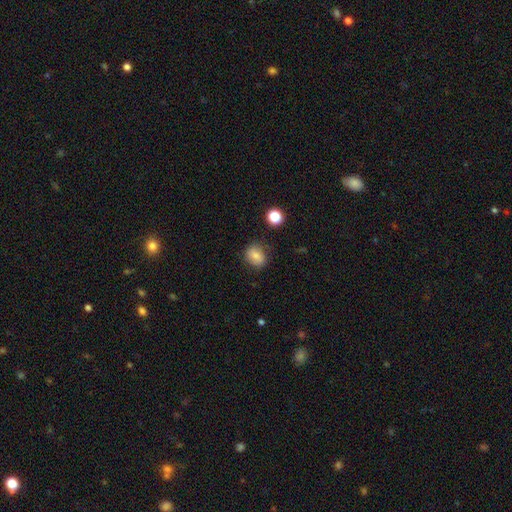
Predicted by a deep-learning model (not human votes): Smooth or featured: smooth — 79% (featured or disk — 11%)
How rounded: round — 51% (in between — 48%)
Merging: none — 79% (minor disturbance — 15%)